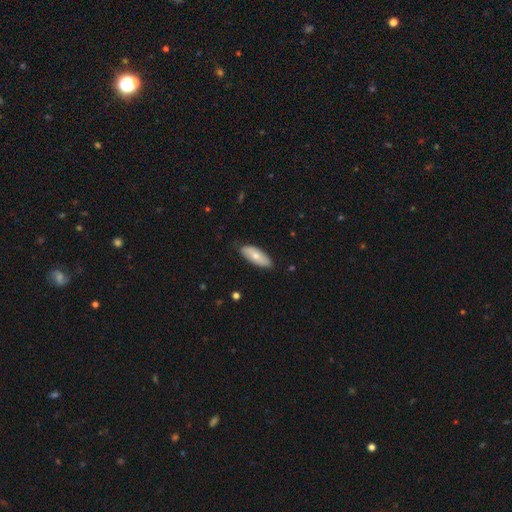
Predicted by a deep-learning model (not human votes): Smooth or featured? smooth (64%)
How rounded? in between (78%)
Merging? none (83%)